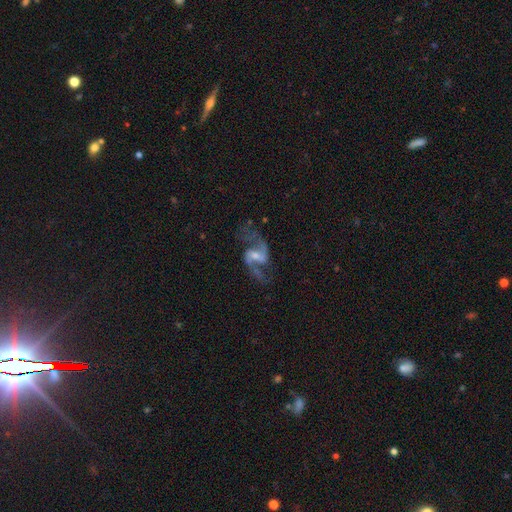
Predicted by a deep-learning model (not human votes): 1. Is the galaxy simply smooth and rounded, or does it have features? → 90% featured or disk, 6% star or artifact, 5% smooth.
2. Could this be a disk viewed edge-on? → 97% no, 3% yes.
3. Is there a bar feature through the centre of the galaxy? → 51% weak, 27% strong, 23% no.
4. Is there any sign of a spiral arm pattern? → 97% yes, 3% no.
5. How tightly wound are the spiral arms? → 57% loose, 37% medium, 6% tight.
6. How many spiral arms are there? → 93% 2, 2% can't tell, 2% 1, 1% 3, 1% 4, 1% more than 4.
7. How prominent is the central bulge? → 47% small, 42% moderate, 6% none, 4% large, 1% dominant.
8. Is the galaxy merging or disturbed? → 72% none, 14% minor disturbance, 11% major disturbance, 3% merger.